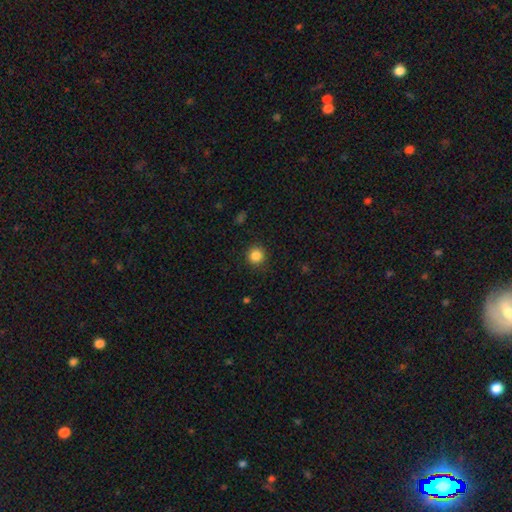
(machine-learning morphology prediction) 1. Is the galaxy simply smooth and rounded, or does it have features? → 85% smooth, 11% star or artifact, 4% featured or disk.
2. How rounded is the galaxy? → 93% round, 6% in between, 1% cigar-shaped.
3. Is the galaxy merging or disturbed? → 89% none, 7% minor disturbance, 2% major disturbance, 1% merger.